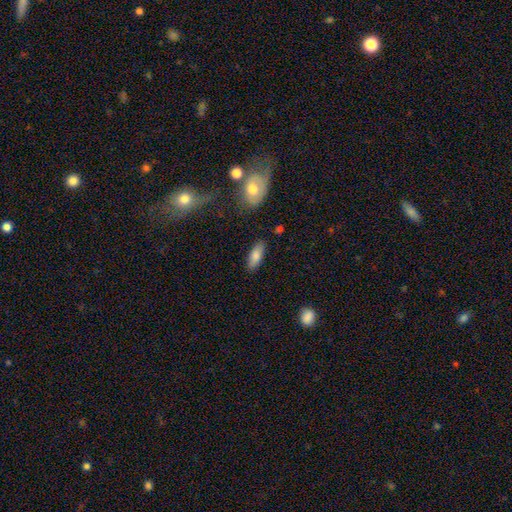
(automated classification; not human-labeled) This is clearly a smooth galaxy (82%). How rounded: likely in between (77%). Merging: clearly none (85%).